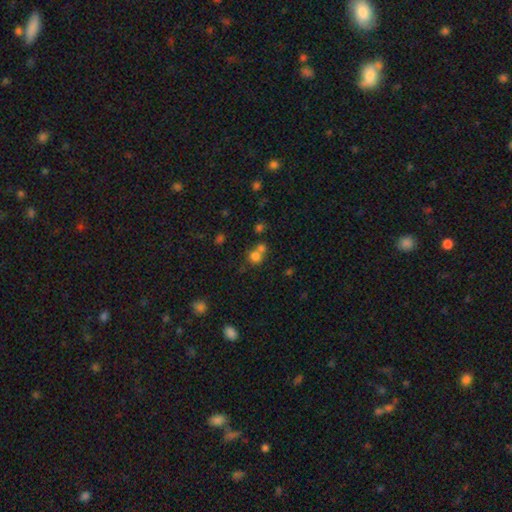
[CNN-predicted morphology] Q: Smooth or featured?
A: smooth (74%); runner-up: star or artifact (16%)
Q: How rounded?
A: round (84%); runner-up: in between (15%)
Q: Merging?
A: none (45%); tied with: merger (45%)